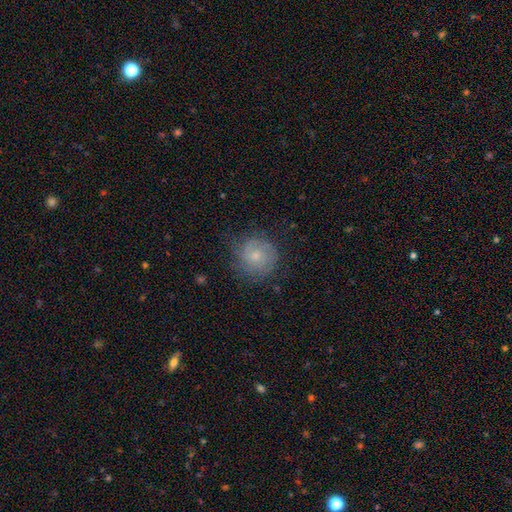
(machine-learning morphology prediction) This is possibly a smooth galaxy (54%). How rounded: clearly round (90%). Merging: likely none (68%).